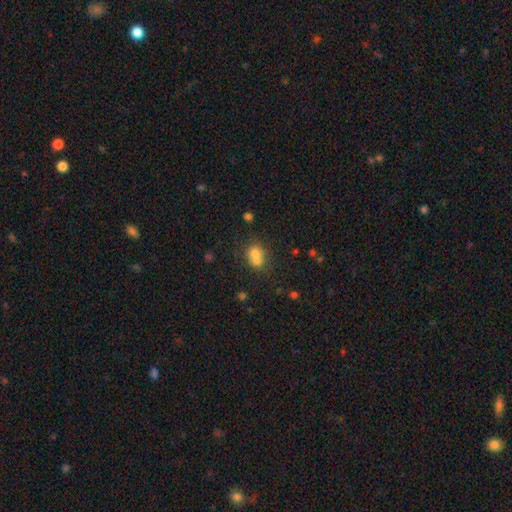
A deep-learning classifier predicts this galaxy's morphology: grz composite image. It shows a smooth galaxy with no disk features (69%) that is round (63%). Merging: merger (58%).